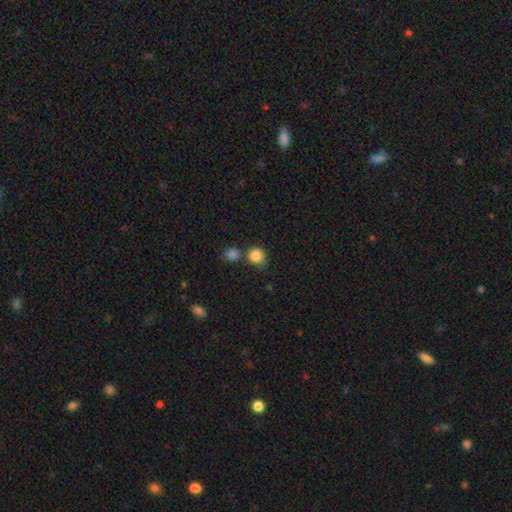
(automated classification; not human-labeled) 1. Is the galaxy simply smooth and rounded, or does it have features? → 85% smooth, 10% star or artifact, 5% featured or disk.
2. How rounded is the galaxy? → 84% round, 15% in between, 1% cigar-shaped.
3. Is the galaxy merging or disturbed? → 59% none, 18% minor disturbance, 18% merger, 6% major disturbance.